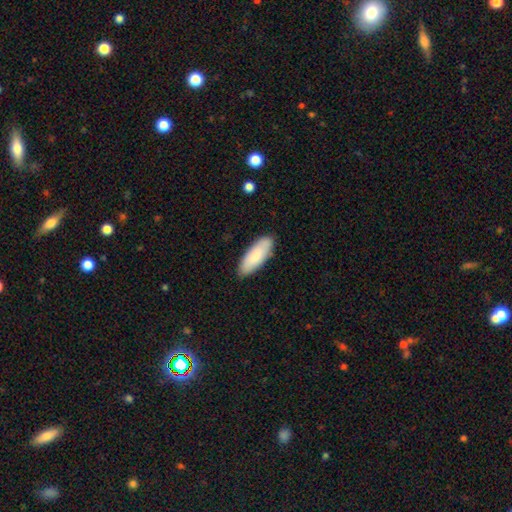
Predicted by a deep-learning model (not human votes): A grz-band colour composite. It shows a smooth galaxy with no disk features (84%) that is in between round and cigar-shaped (75%). Merging: none (86%).